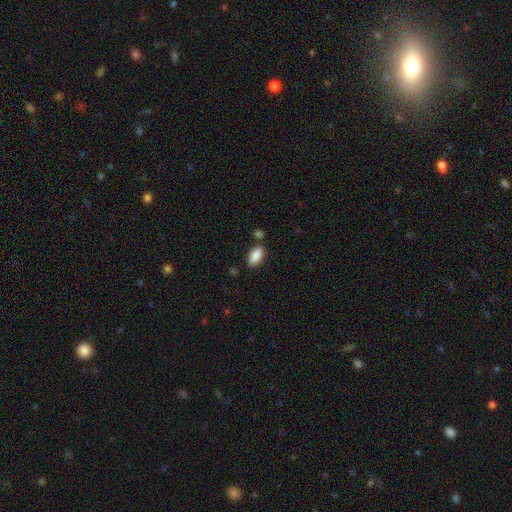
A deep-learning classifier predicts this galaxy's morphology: Smooth or featured: smooth — 88% (star or artifact — 7%)
How rounded: in between — 92% (cigar-shaped — 6%)
Merging: none — 79% (minor disturbance — 12%)